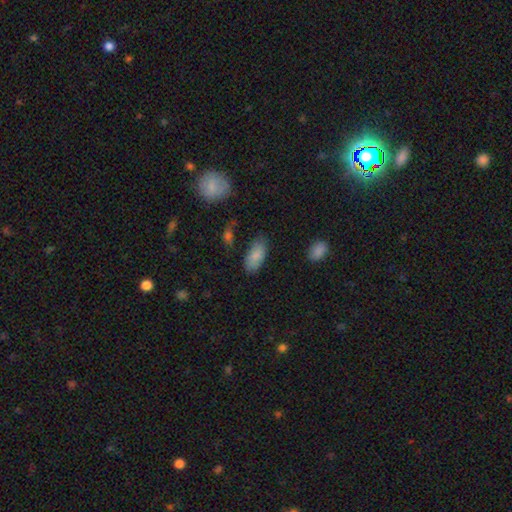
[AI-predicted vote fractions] Overall: smooth (82%). How rounded: in between (93%). Merging: none (75%).